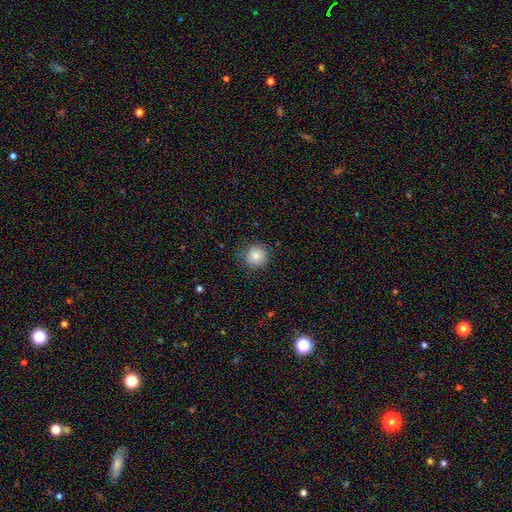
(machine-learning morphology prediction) smooth-or-featured: smooth: 81% | star or artifact: 10% | featured or disk: 9%
  how-rounded: round: 93% | in between: 6% | cigar-shaped: 1%
  merging: none: 84% | minor disturbance: 12% | major disturbance: 4% | merger: 1%